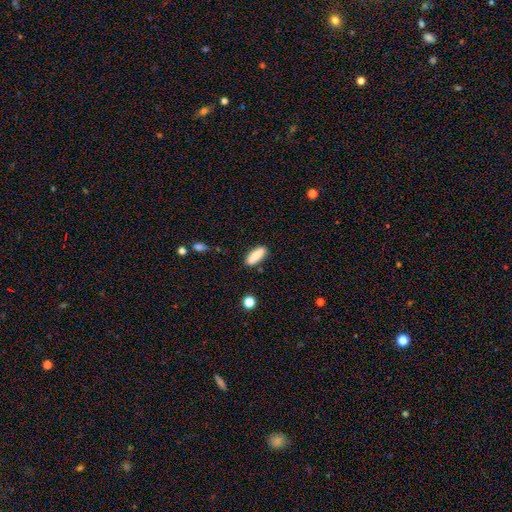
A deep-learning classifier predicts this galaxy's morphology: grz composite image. It shows a smooth galaxy with no disk features (83%) that is in between round and cigar-shaped (63%). Merging: none (85%).